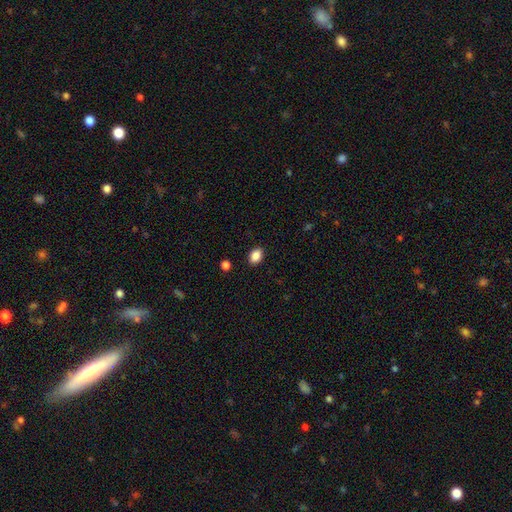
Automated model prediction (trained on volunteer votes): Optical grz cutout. It shows a smooth galaxy with no disk features (88%) that is in between round and cigar-shaped (75%). Merging: none (88%).